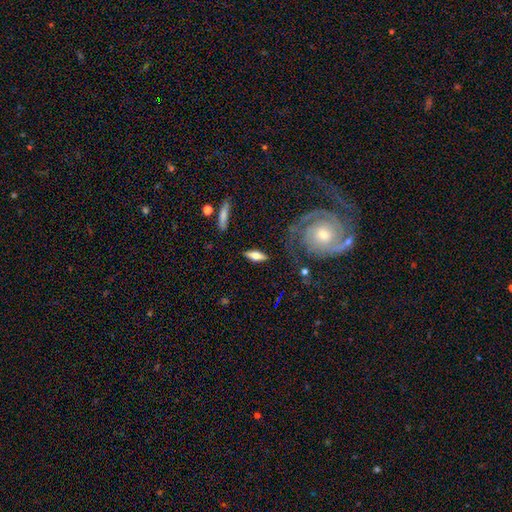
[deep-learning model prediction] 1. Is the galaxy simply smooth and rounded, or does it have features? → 62% smooth, 32% featured or disk, 6% star or artifact.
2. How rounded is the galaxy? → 56% in between, 40% cigar-shaped, 3% round.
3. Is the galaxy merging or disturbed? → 82% none, 11% minor disturbance, 4% major disturbance, 2% merger.